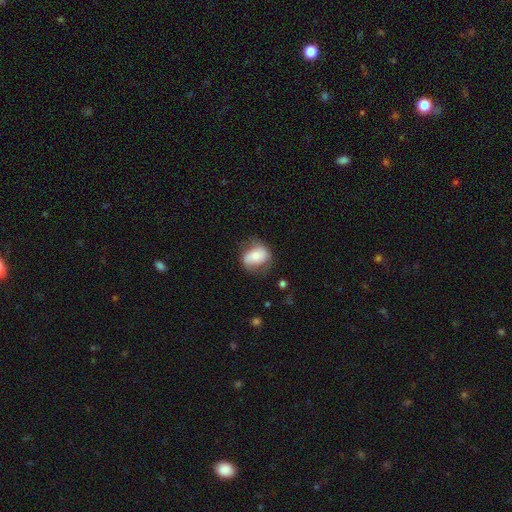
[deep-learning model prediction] This is possibly a smooth galaxy (58%). How rounded: likely in between (62%). Merging: possibly none (59%).